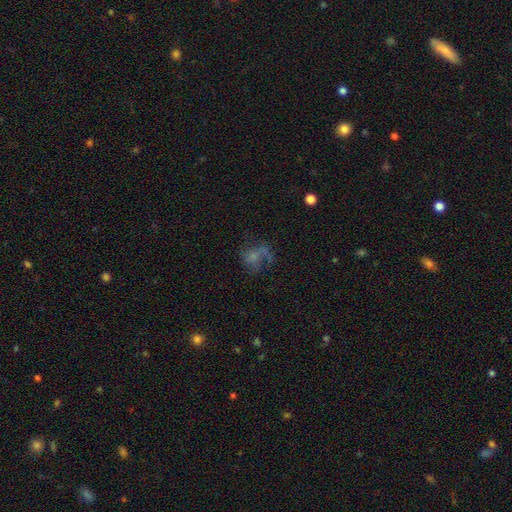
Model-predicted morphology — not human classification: smooth_or_featured: featured or disk (p=0.48) [alt: smooth p=0.32]
merging: major disturbance (p=0.41) [alt: none p=0.36]